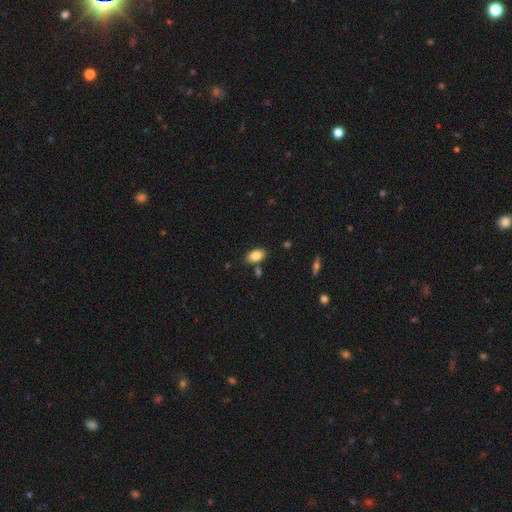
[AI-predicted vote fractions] smooth 84%, featured or disk 8%, star or artifact 8%. Down the decision tree: how rounded — in between (93%); merging — none (79%).